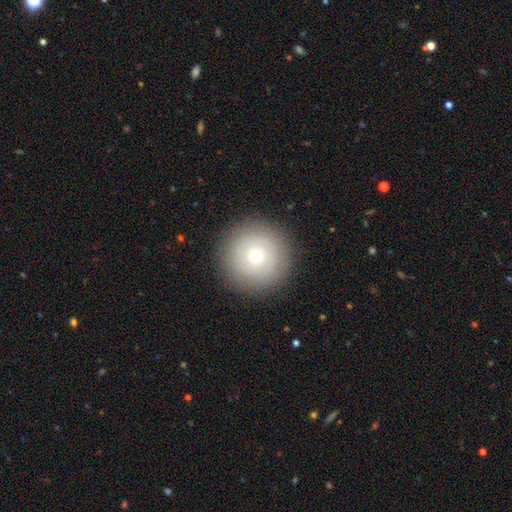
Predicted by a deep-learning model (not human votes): This is likely a smooth galaxy (63%). How rounded: clearly round (97%). Merging: clearly none (90%).